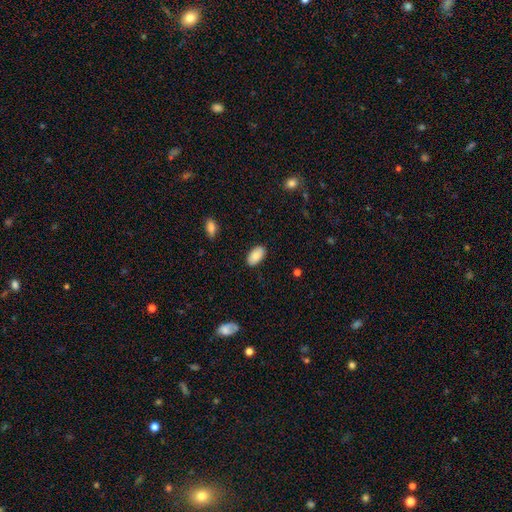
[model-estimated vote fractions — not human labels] smooth 86%, featured or disk 8%, star or artifact 7%. Down the decision tree: how rounded — in between (95%); merging — none (86%).